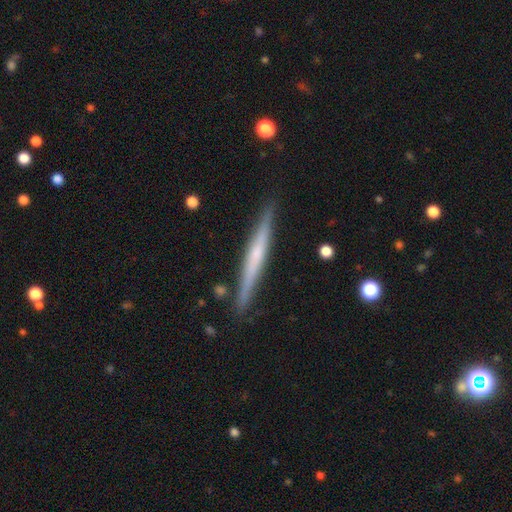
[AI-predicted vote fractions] Smooth or featured? featured or disk (57%)
Edge-on disk? yes (97%)
Edge-on bulge? none (56%)
Merging? none (88%)